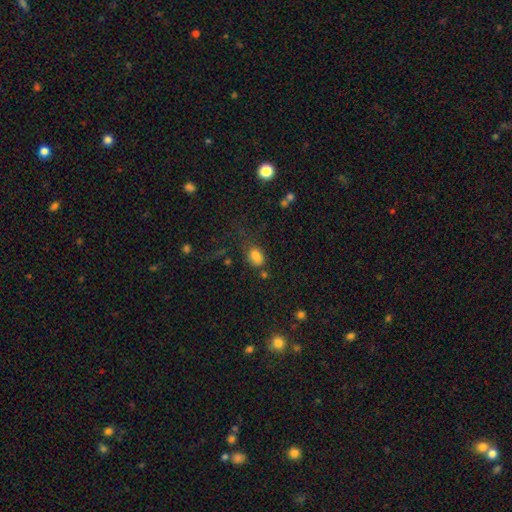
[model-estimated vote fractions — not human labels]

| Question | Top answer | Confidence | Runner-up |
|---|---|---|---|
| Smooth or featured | smooth | 78% | star or artifact (14%) |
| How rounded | in between | 76% | round (22%) |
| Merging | none | 51% | minor disturbance (24%) |